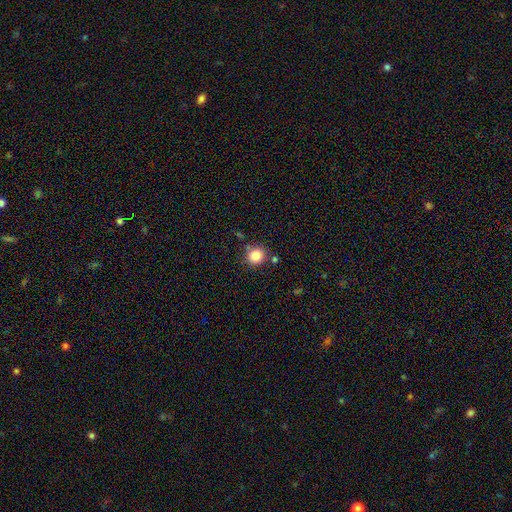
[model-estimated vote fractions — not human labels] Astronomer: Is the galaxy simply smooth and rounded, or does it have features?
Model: smooth — 84%.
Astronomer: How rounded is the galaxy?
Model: round — 83%.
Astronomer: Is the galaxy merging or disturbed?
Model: none — 79%.